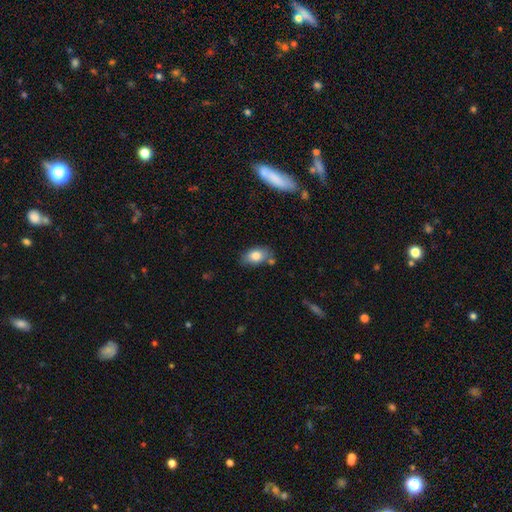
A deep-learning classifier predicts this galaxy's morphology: A smooth galaxy with no disk features (81%) that is in between round and cigar-shaped (87%). Merging: none (69%).